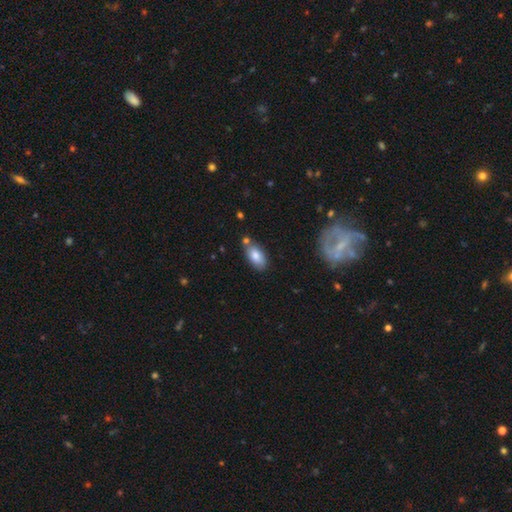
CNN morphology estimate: Smooth or featured: smooth — 79% (featured or disk — 14%)
How rounded: in between — 91% (cigar-shaped — 5%)
Merging: none — 69% (minor disturbance — 17%)